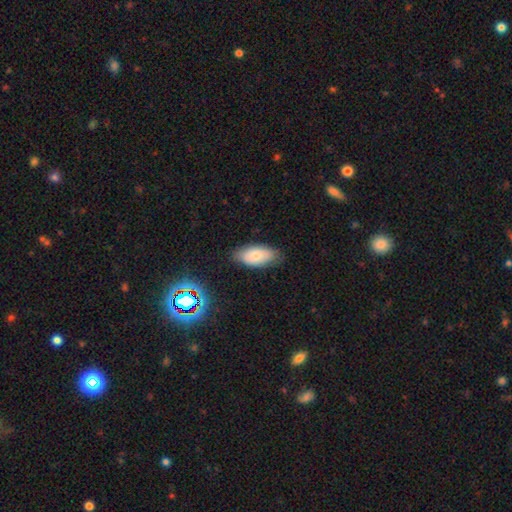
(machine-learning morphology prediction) Smooth or featured? smooth (74%)
How rounded? in between (92%)
Merging? none (78%)